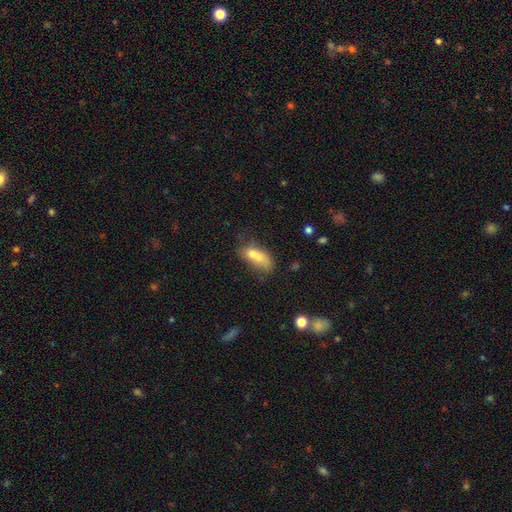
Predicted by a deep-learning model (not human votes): Smooth or featured?
  - smooth: 65% *
  - featured or disk: 25%
  - star or artifact: 9%
How rounded?
  - in between: 77% *
  - round: 13%
  - cigar-shaped: 10%
Merging?
  - merger: 56% *
  - none: 24%
  - minor disturbance: 13%
  - major disturbance: 8%